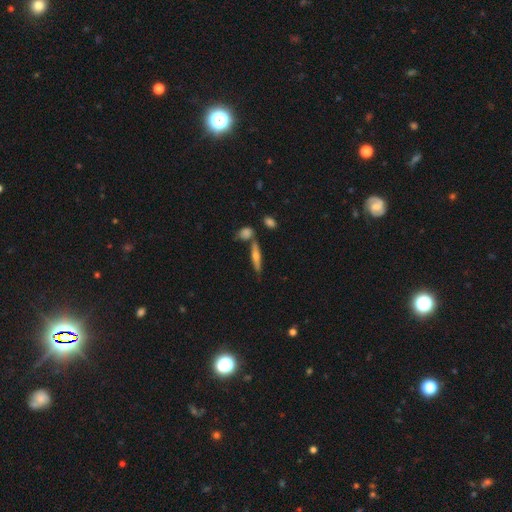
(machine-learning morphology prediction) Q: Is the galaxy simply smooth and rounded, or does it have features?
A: featured or disk — 48%.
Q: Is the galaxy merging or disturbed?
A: none — 73%.